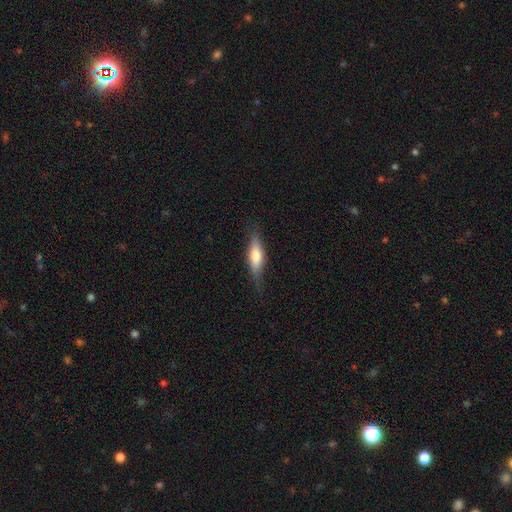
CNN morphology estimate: This appears to be a smooth galaxy with no disk features (59%) that is cigar-shaped (53%). Merging: none (77%).